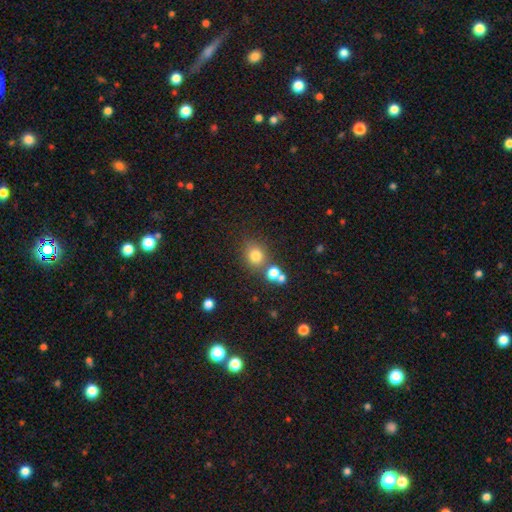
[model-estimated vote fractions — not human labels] Morphology: type=smooth (77%); roundness=round (78%); merging=none (69%).